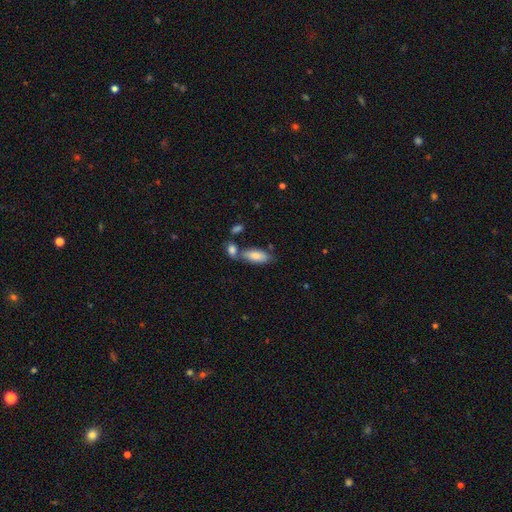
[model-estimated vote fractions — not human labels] The model was most divided on "merging": none: 54%, merger: 26%, minor disturbance: 16%, major disturbance: 5%. More confident: how rounded — in between (83%); smooth or featured — smooth (82%).